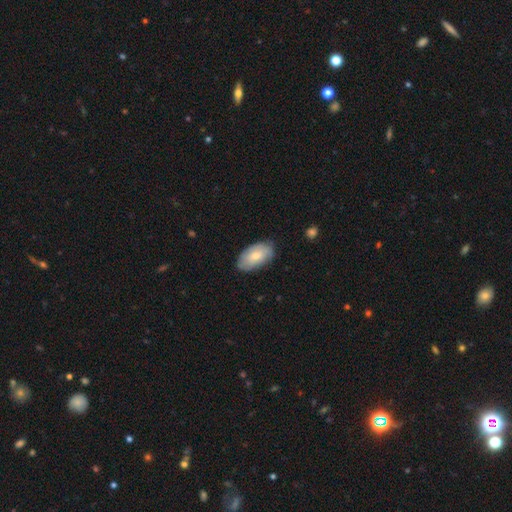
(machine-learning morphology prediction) Overall: smooth (65%; featured or disk 29%). How rounded: in between (94%). Merging: none (76%).